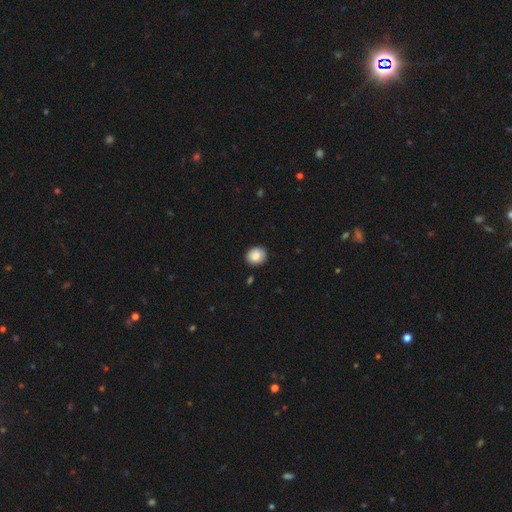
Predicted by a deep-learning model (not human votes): Morphology: type=smooth (85%); roundness=round (74%); merging=none (87%).